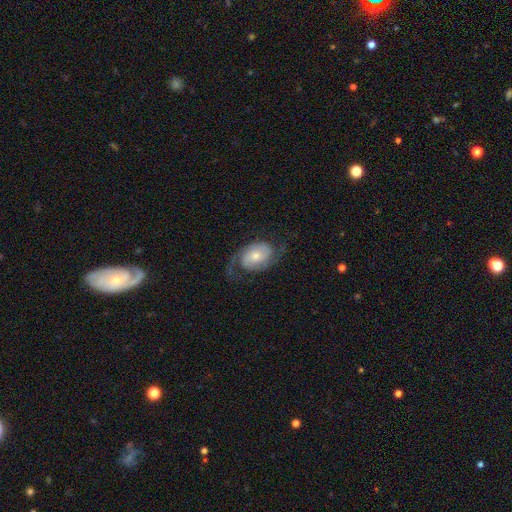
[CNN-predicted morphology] This appears to be a featured or disk galaxy (78%) with no bar (66%), 2 (84%) medium (42%) spiral arms (94%) and a small central bulge (47%). Merging: none (64%).